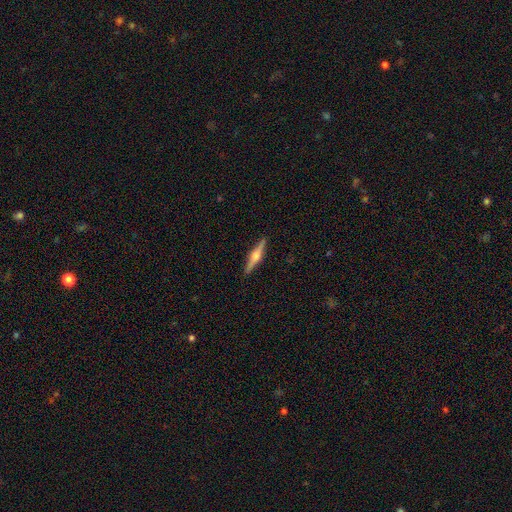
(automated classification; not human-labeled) Smooth or featured? featured or disk (74%)
Edge-on disk? yes (98%)
Edge-on bulge? rounded (92%)
Merging? none (92%)